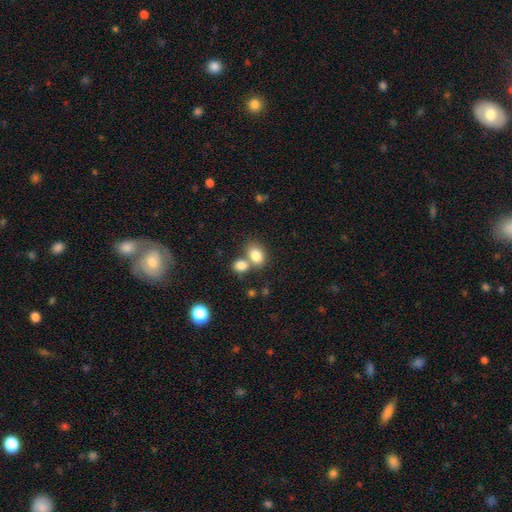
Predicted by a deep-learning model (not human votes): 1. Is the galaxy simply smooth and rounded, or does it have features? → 82% smooth, 10% star or artifact, 9% featured or disk.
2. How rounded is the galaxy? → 65% in between, 33% round, 1% cigar-shaped.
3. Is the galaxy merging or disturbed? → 47% none, 41% merger, 9% minor disturbance, 3% major disturbance.